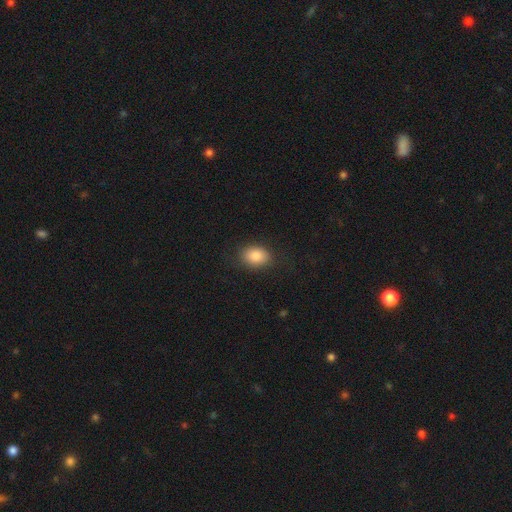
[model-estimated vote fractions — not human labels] smooth_or_featured: smooth (p=0.86) [alt: star or artifact p=0.08]
how_rounded: in between (p=0.75) [alt: round p=0.24]
merging: none (p=0.84) [alt: minor disturbance p=0.11]